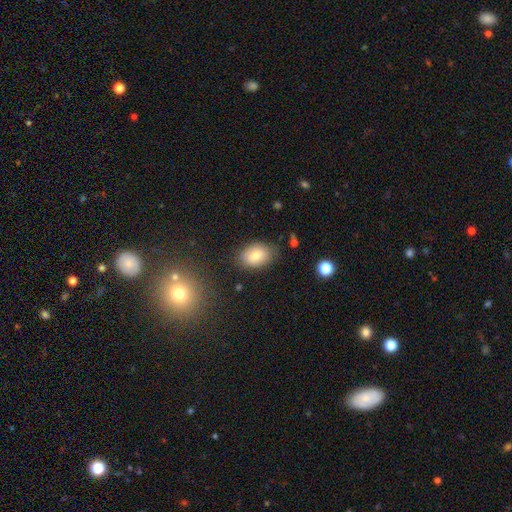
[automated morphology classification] A smooth galaxy with no disk features (77%) that is in between round and cigar-shaped (80%). Merging: none (80%).